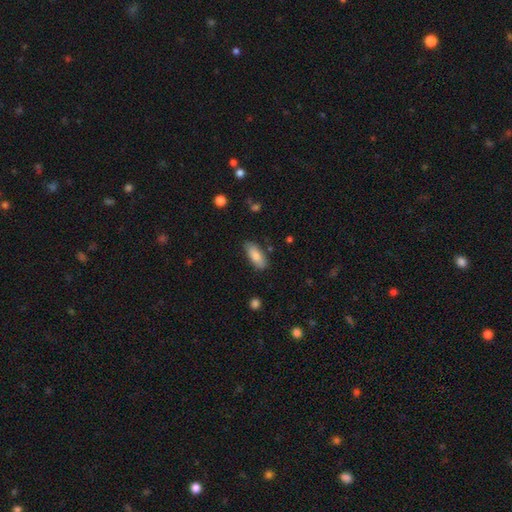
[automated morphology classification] smooth_or_featured: smooth (p=0.84) [alt: featured or disk p=0.10]
how_rounded: in between (p=0.81) [alt: cigar-shaped p=0.18]
merging: none (p=0.83) [alt: minor disturbance p=0.13]